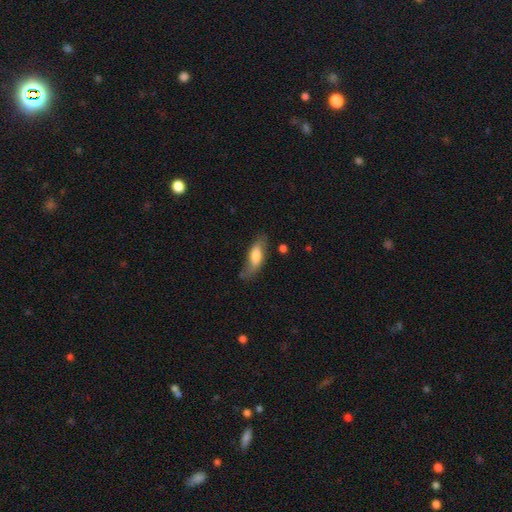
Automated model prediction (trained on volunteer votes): Q: Smooth or featured?
A: smooth (62%); runner-up: featured or disk (32%)
Q: How rounded?
A: in between (69%); runner-up: cigar-shaped (28%)
Q: Merging?
A: none (60%); runner-up: minor disturbance (27%)